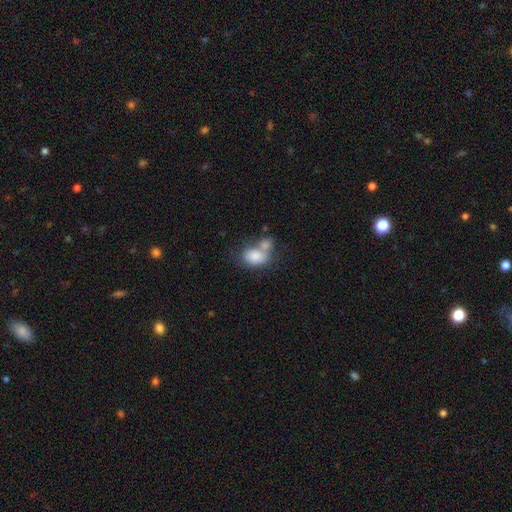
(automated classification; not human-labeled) A smooth galaxy with no disk features (81%) that is in between round and cigar-shaped (78%). Merging: merger (51%).